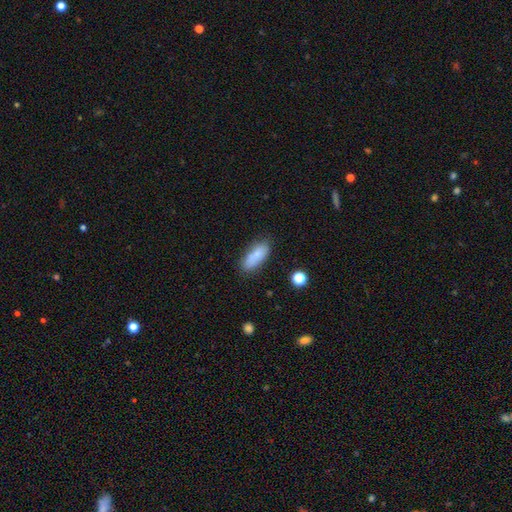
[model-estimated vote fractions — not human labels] smooth 79%, featured or disk 12%, star or artifact 8%. Down the decision tree: how rounded — in between (76%); merging — none (69%).